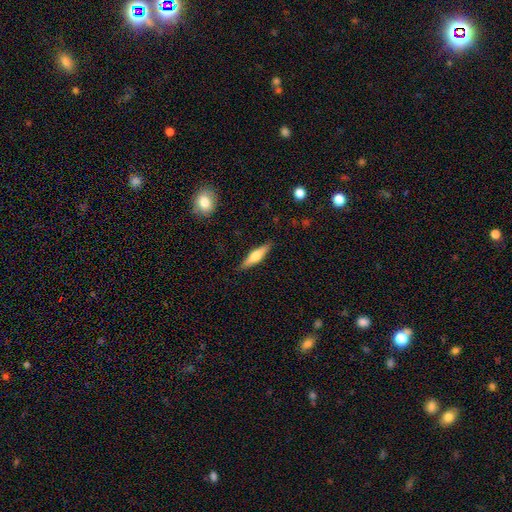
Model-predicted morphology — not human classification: Smooth or featured? Predicted: featured or disk (p=0.48). Merging? Predicted: none (p=0.89).